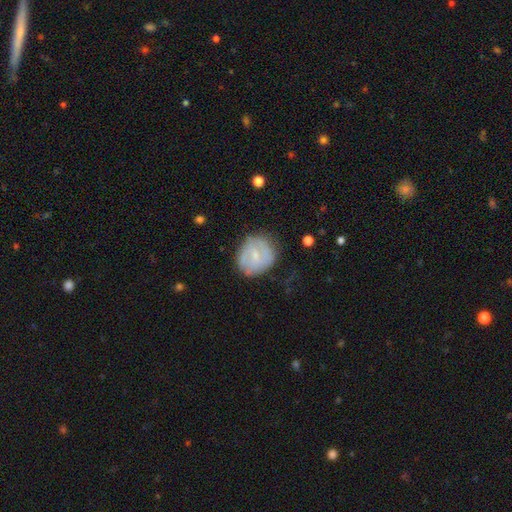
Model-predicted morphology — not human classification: The model was most divided on "smooth or featured": featured or disk: 51%, smooth: 42%, star or artifact: 7%. More confident: edge-on disk — no (97%); merging — none (68%).